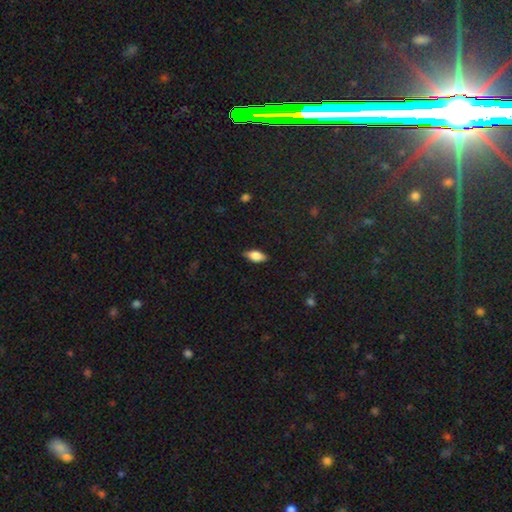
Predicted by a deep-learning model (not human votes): smooth_or_featured: smooth (p=0.77) [alt: featured or disk p=0.16]
how_rounded: in between (p=0.85) [alt: cigar-shaped p=0.12]
merging: none (p=0.85) [alt: minor disturbance p=0.12]